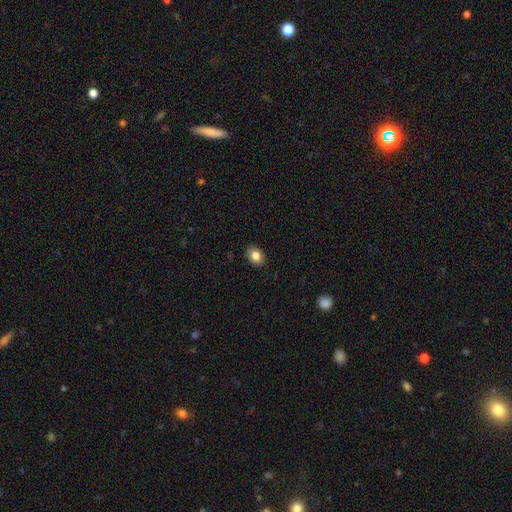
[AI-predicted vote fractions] Smooth or featured: smooth — 84% (star or artifact — 9%)
How rounded: in between — 68% (round — 31%)
Merging: none — 88% (minor disturbance — 9%)